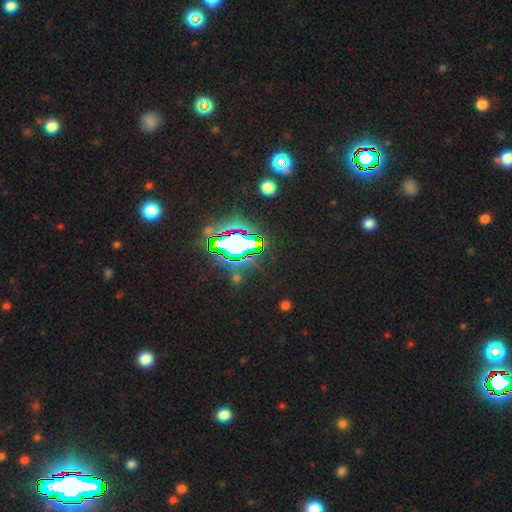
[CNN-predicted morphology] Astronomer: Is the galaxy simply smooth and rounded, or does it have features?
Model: star or artifact — 78%.